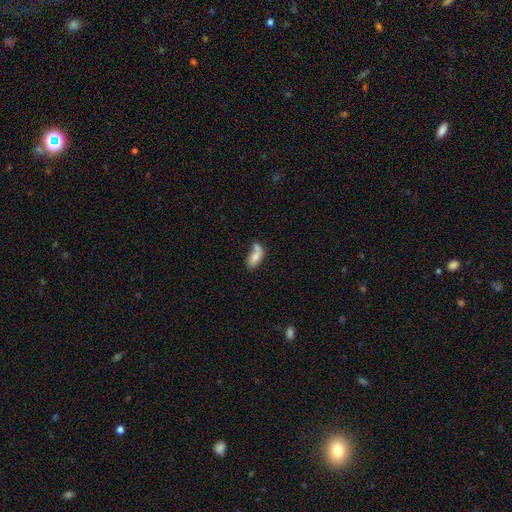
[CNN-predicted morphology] smooth-or-featured: smooth: 71% | featured or disk: 21% | star or artifact: 8%
  how-rounded: in between: 88% | cigar-shaped: 8% | round: 4%
  merging: merger: 35% | none: 33% | minor disturbance: 20% | major disturbance: 13%